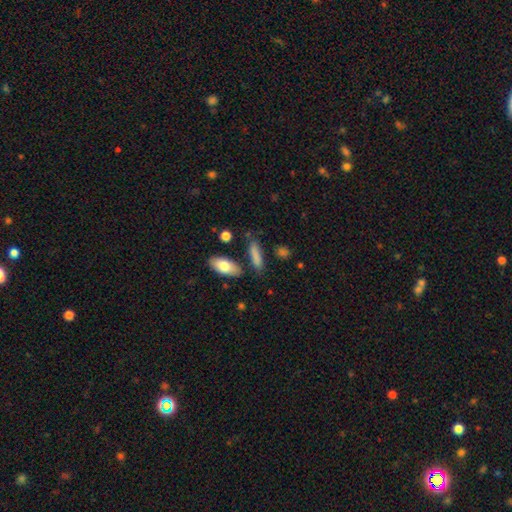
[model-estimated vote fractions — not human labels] Morphology: type=smooth (82%); roundness=cigar-shaped (62%); merging=none (74%).